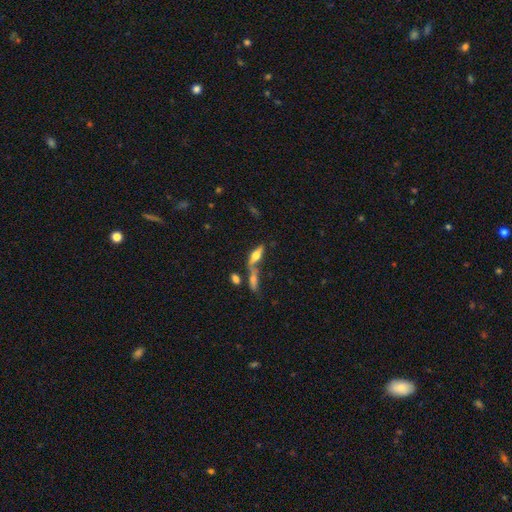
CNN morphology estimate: Smooth or featured? Predicted: smooth (p=0.50). How rounded? Predicted: in between (p=0.55). Merging? Predicted: merger (p=0.42).